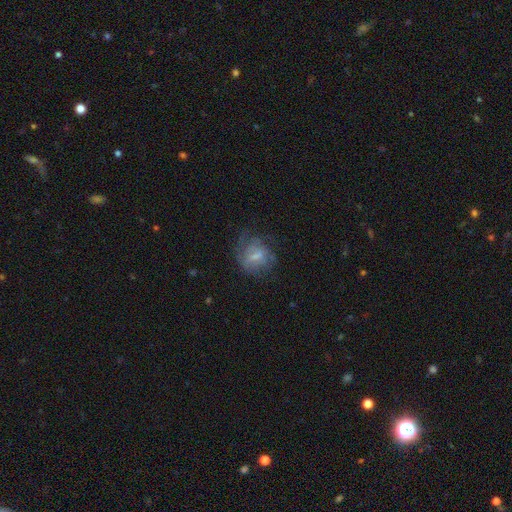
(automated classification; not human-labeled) This appears to be a smooth galaxy with no disk features (46%). Merging: none (48%).